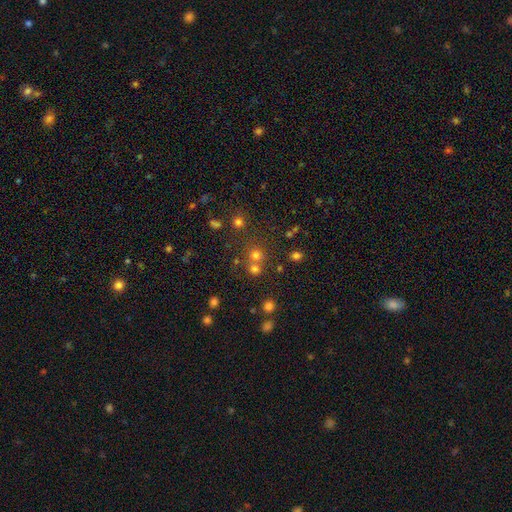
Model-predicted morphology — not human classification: smooth_or_featured: smooth (p=0.60) [alt: star or artifact p=0.30]
how_rounded: round (p=0.89) [alt: in between p=0.10]
merging: none (p=0.63) [alt: merger p=0.27]